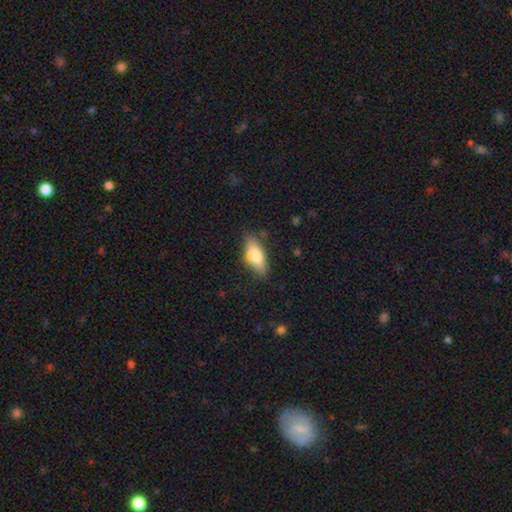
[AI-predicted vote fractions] A smooth galaxy with no disk features (71%) that is in between round and cigar-shaped (81%). Merging: none (68%).